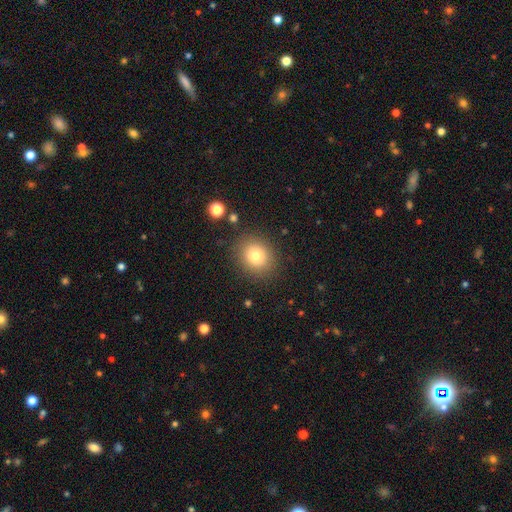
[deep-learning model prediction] Smooth or featured? Predicted: smooth (p=0.78). How rounded? Predicted: round (p=0.74). Merging? Predicted: none (p=0.86).